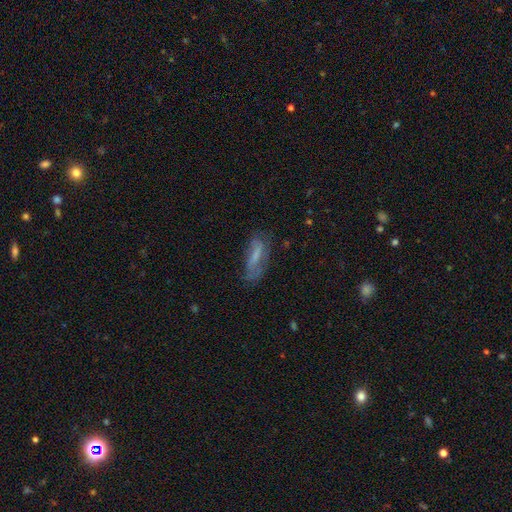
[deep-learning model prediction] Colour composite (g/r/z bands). It shows a smooth galaxy with no disk features (49%). Merging: none (58%).